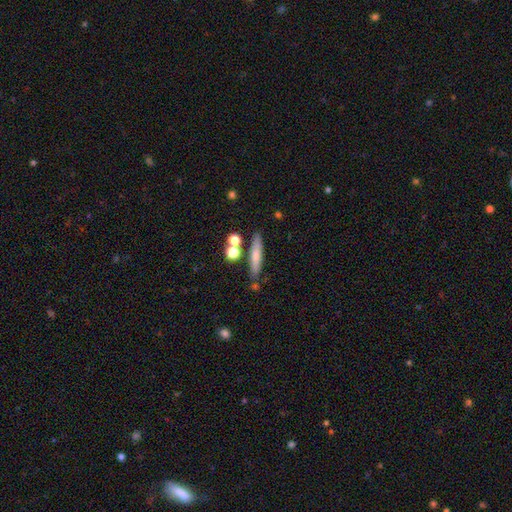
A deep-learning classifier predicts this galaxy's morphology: smooth-or-featured: smooth: 66% | featured or disk: 26% | star or artifact: 8%
  how-rounded: cigar-shaped: 83% | in between: 13% | round: 4%
  merging: none: 76% | minor disturbance: 11% | merger: 9% | major disturbance: 3%